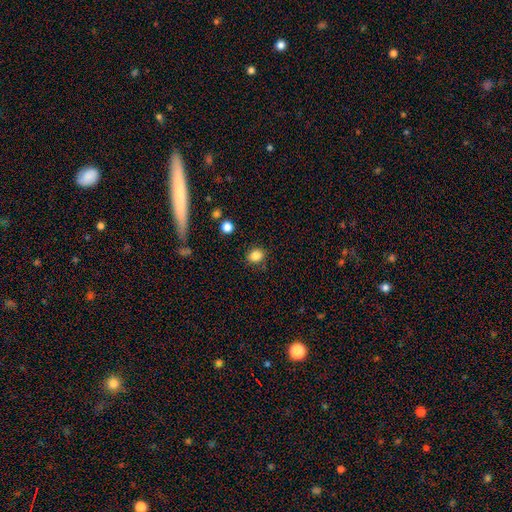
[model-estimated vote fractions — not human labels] Smooth or featured? Predicted: smooth (p=0.85). How rounded? Predicted: round (p=0.60). Merging? Predicted: none (p=0.85).